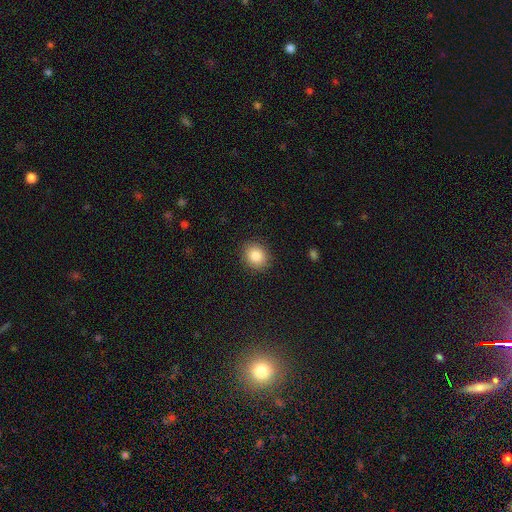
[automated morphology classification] A smooth galaxy with no disk features (85%) that is round (68%). Merging: none (89%).